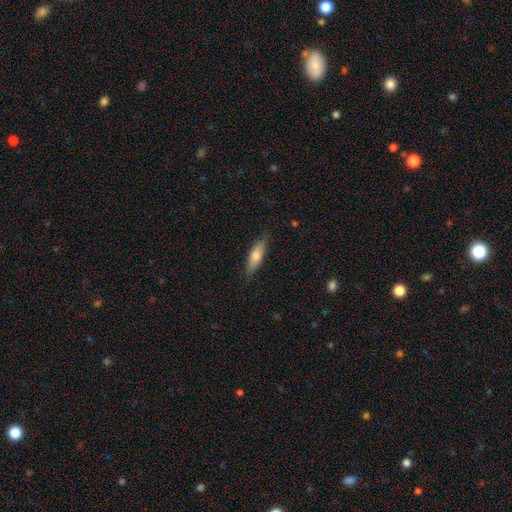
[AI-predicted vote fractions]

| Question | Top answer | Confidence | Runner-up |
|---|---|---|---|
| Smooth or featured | smooth | 64% | featured or disk (30%) |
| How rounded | cigar-shaped | 60% | in between (38%) |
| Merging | none | 85% | minor disturbance (12%) |